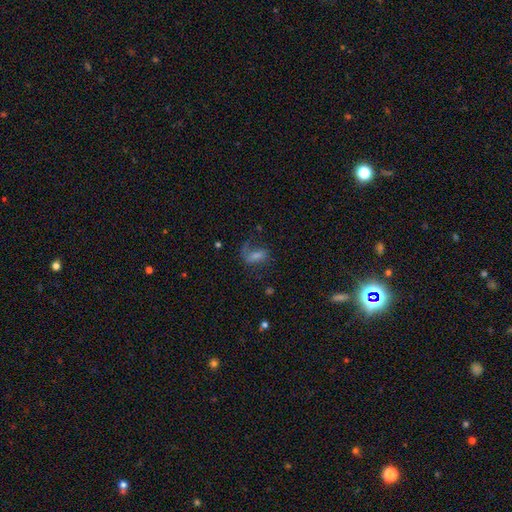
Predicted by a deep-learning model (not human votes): Smooth or featured? featured or disk (49%)
Merging? none (46%)